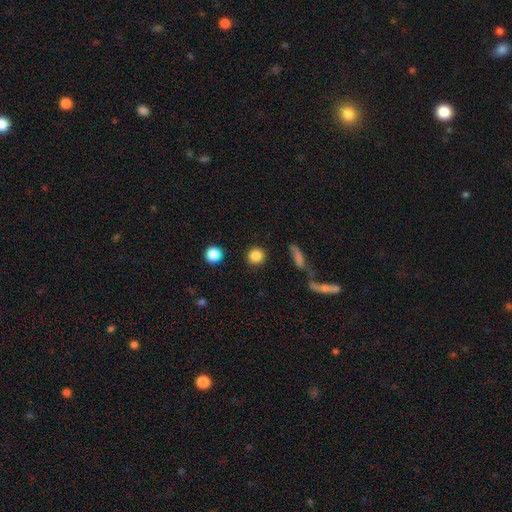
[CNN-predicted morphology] A smooth galaxy with no disk features (85%) that is round (91%).

Vote fractions:
- Smooth or featured? smooth: 85% / star or artifact: 10% / featured or disk: 5%
- How rounded? round: 91% / in between: 8% / cigar-shaped: 1%
- Merging? none: 88% / minor disturbance: 6% / merger: 3% / major disturbance: 3%